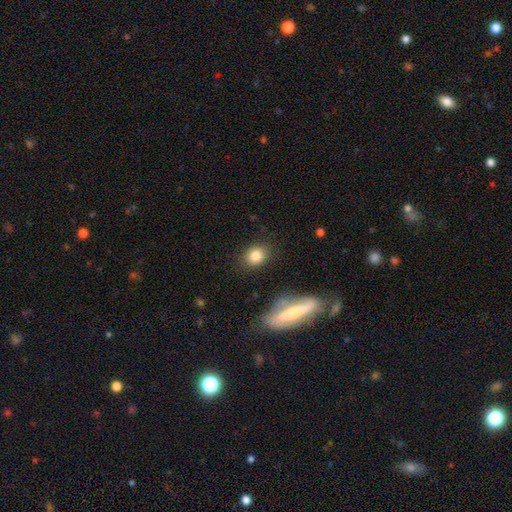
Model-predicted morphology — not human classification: Smooth or featured? Predicted: smooth (p=0.83). How rounded? Predicted: round (p=0.59). Merging? Predicted: none (p=0.85).